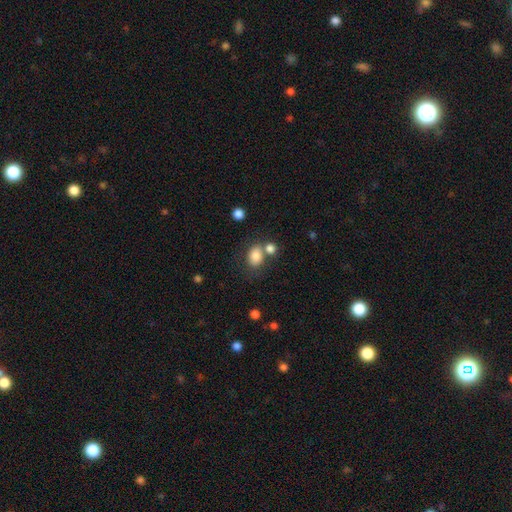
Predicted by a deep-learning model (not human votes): A smooth galaxy with no disk features (83%) that is in between round and cigar-shaped (65%). Merging: none (55%).